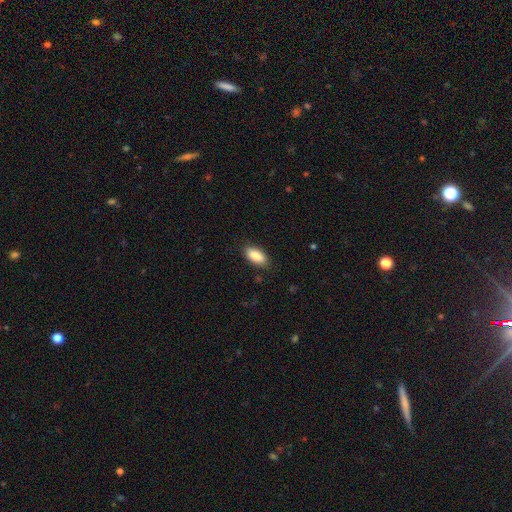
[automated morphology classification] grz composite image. It shows a smooth galaxy with no disk features (87%) that is in between round and cigar-shaped (89%). Merging: none (85%).